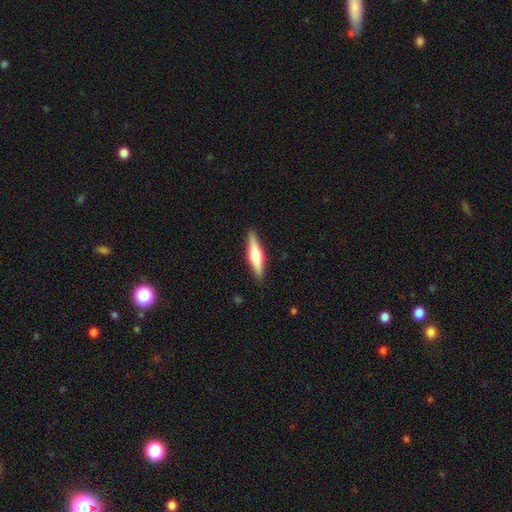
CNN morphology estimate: smooth_or_featured: smooth (p=0.48) [alt: featured or disk p=0.47]
merging: none (p=0.90) [alt: minor disturbance p=0.08]